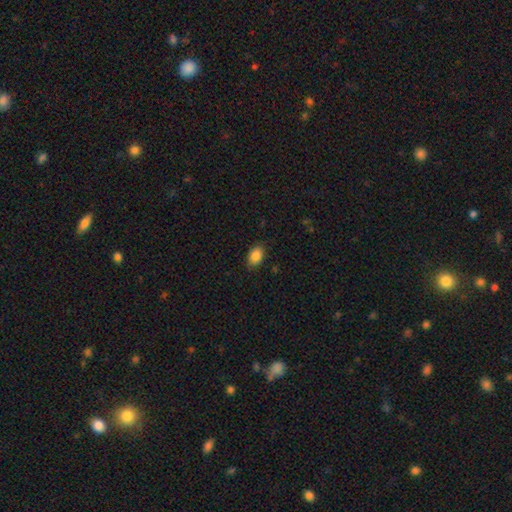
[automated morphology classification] A smooth galaxy with no disk features (87%) that is in between round and cigar-shaped (86%).

Vote fractions:
- Smooth or featured? smooth: 87% / star or artifact: 8% / featured or disk: 5%
- How rounded? in between: 86% / round: 12% / cigar-shaped: 1%
- Merging? none: 83% / minor disturbance: 13% / major disturbance: 3% / merger: 1%